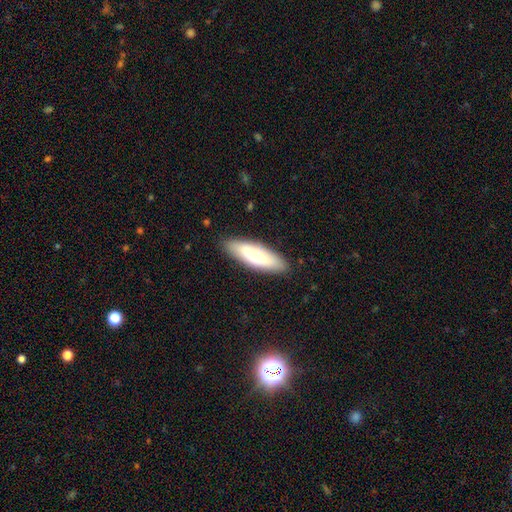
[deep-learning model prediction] smooth 64%, featured or disk 30%, star or artifact 6%. Down the decision tree: how rounded — in between (54%); merging — none (86%).